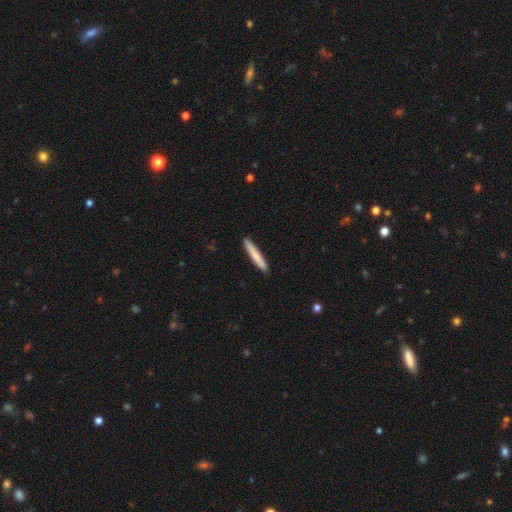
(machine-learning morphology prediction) type=smooth (80%); roundness=cigar-shaped (95%); merging=none (91%).